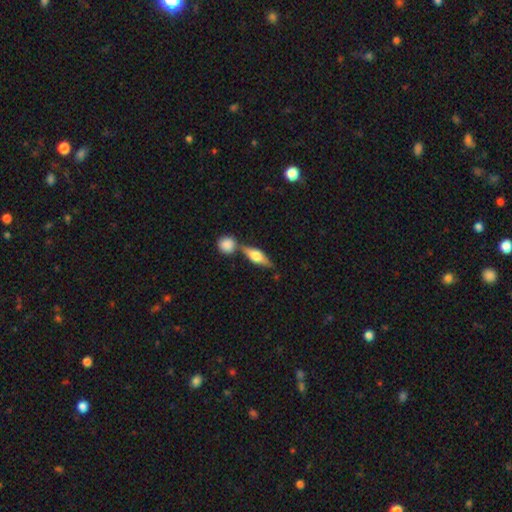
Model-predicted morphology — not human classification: featured or disk 52%, smooth 41%, star or artifact 7%. Down the decision tree: edge-on disk — yes (91%); merging — none (65%).